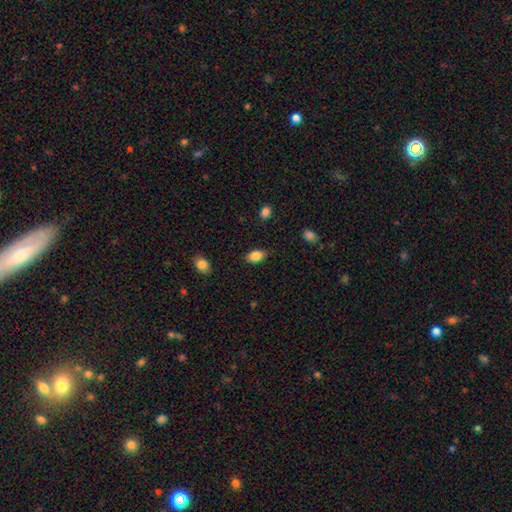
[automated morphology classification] Smooth or featured: smooth — 85% (star or artifact — 8%)
How rounded: in between — 89% (round — 9%)
Merging: none — 84% (minor disturbance — 12%)